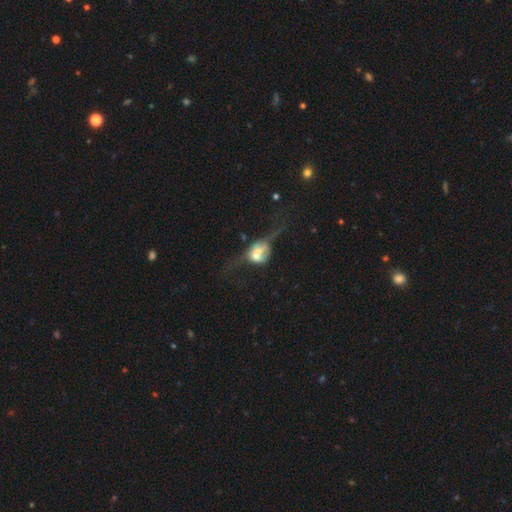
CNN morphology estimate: featured or disk 52%, smooth 38%, star or artifact 10%. Down the decision tree: edge-on disk — no (57%); merging — major disturbance (34%).